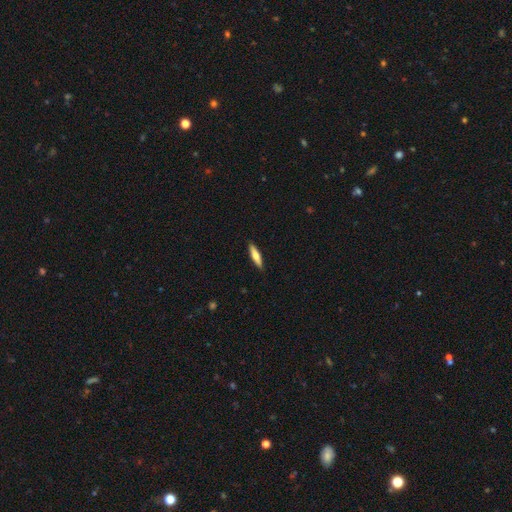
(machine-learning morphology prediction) Smooth or featured?
  - smooth: 59% *
  - featured or disk: 35%
  - star or artifact: 5%
How rounded?
  - cigar-shaped: 76% *
  - in between: 22%
  - round: 2%
Merging?
  - none: 90% *
  - minor disturbance: 7%
  - major disturbance: 1%
  - merger: 1%